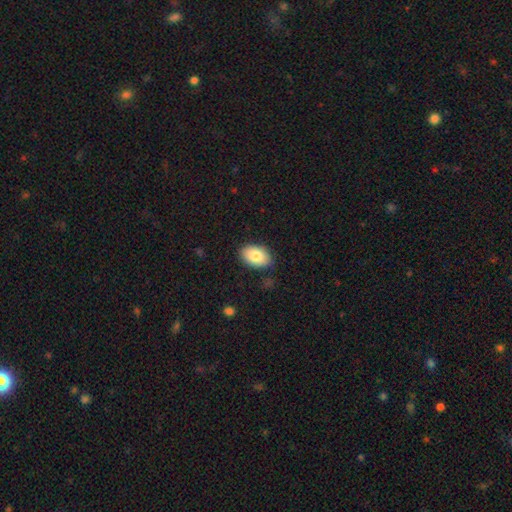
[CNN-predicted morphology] Q: Smooth or featured?
A: smooth (83%); runner-up: featured or disk (10%)
Q: How rounded?
A: in between (89%); runner-up: round (10%)
Q: Merging?
A: none (84%); runner-up: minor disturbance (12%)